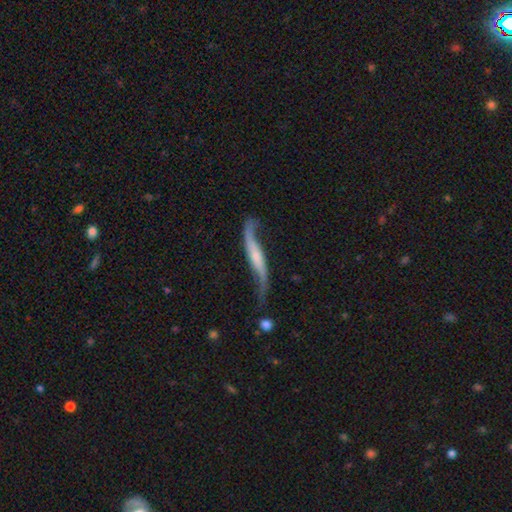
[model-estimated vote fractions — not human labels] Smooth or featured?
  - featured or disk: 81% *
  - smooth: 13%
  - star or artifact: 5%
Edge-on disk?
  - no: 62% *
  - yes: 38%
Bar?
  - no: 49% *
  - weak: 27%
  - strong: 24%
Spiral arms?
  - yes: 92% *
  - no: 8%
Bulge size?
  - small: 52% *
  - moderate: 25%
  - none: 17%
  - large: 4%
  - dominant: 2%
Merging?
  - none: 54% *
  - minor disturbance: 23%
  - major disturbance: 16%
  - merger: 6%